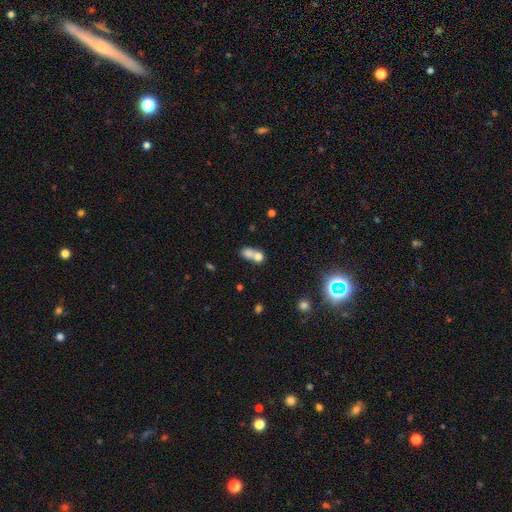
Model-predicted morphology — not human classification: Overall: smooth (71%). How rounded: in between (48%, tied with round). Merging: merger (68%).